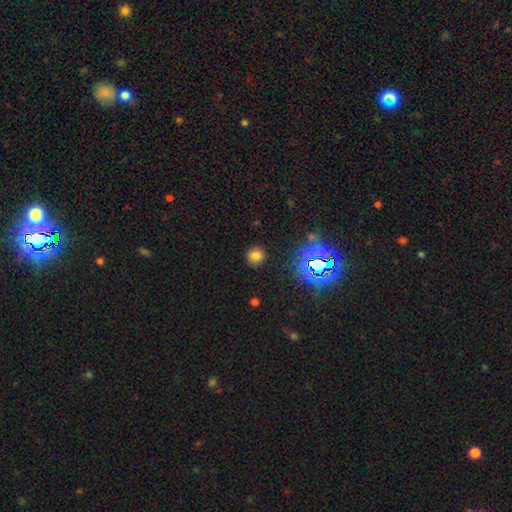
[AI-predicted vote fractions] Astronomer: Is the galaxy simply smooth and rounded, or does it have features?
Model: smooth — 72%.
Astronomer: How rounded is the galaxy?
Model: round — 86%.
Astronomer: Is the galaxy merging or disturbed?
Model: none — 88%.